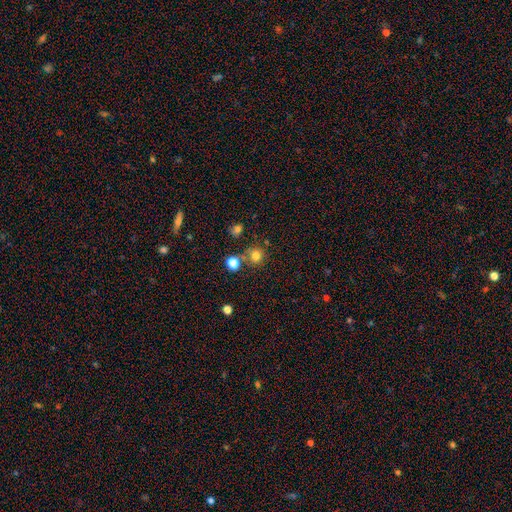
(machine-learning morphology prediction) The model was most divided on "merging": none: 69%, merger: 16%, minor disturbance: 11%, major disturbance: 5%. More confident: how rounded — round (89%); smooth or featured — smooth (78%).